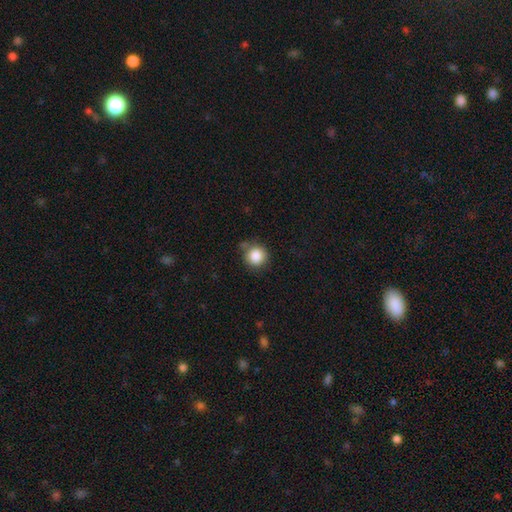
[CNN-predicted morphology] Smooth or featured: smooth — 86% (star or artifact — 10%)
How rounded: round — 93% (in between — 6%)
Merging: none — 74% (minor disturbance — 16%)